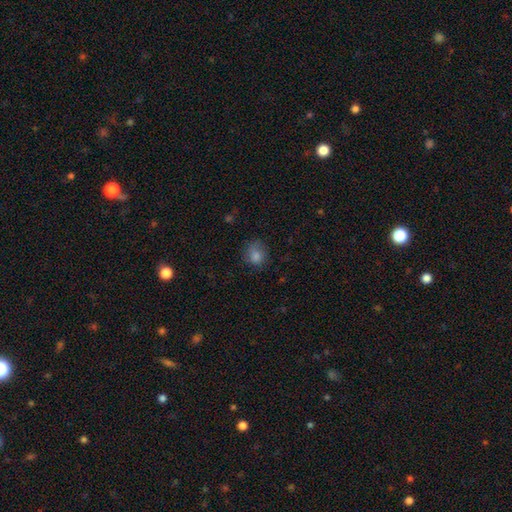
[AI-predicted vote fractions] Smooth or featured?
  - smooth: 79% *
  - star or artifact: 13%
  - featured or disk: 8%
How rounded?
  - round: 68% *
  - in between: 31%
  - cigar-shaped: 1%
Merging?
  - none: 69% *
  - minor disturbance: 22%
  - major disturbance: 7%
  - merger: 2%